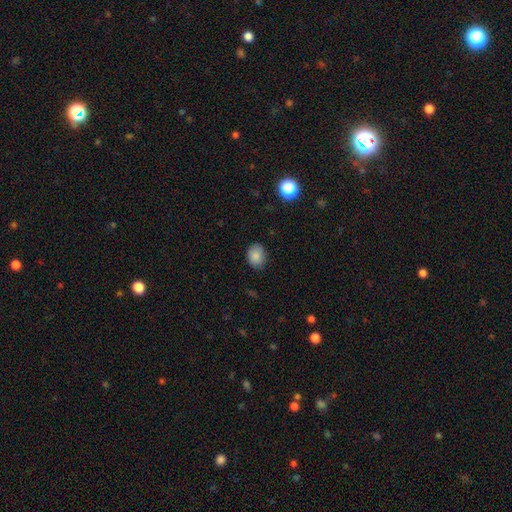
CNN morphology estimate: Overall: smooth (86%). How rounded: in between (51%; round 49%). Merging: none (84%).